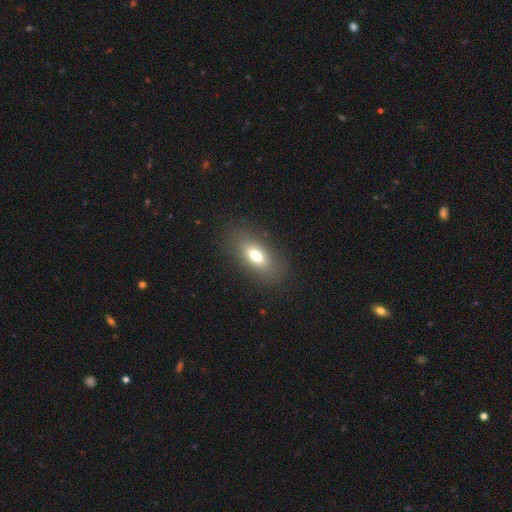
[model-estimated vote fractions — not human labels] This is likely a smooth galaxy (71%). How rounded: clearly in between (83%). Merging: clearly none (83%).